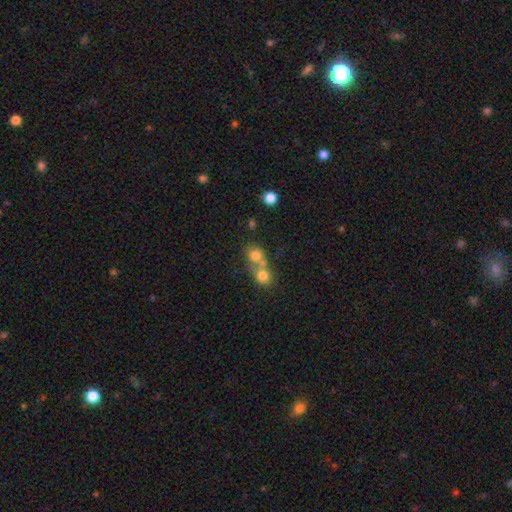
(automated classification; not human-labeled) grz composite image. It shows a smooth galaxy with no disk features (73%) that is round (79%). Merging: merger (57%).